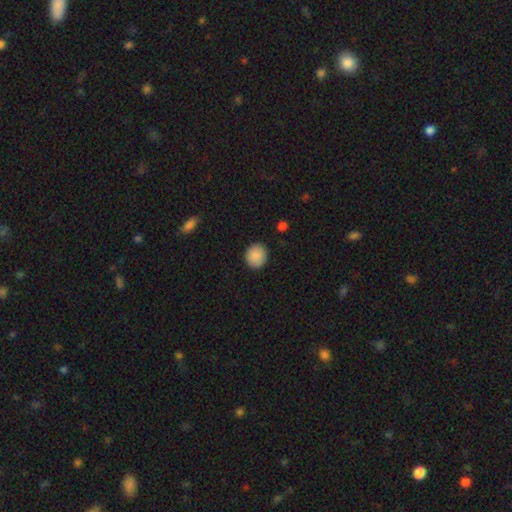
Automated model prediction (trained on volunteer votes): A smooth galaxy with no disk features (89%) that is round (85%).

Vote fractions:
- Smooth or featured? smooth: 89% / star or artifact: 8% / featured or disk: 3%
- How rounded? round: 85% / in between: 14% / cigar-shaped: 1%
- Merging? none: 90% / minor disturbance: 7% / major disturbance: 2% / merger: 1%